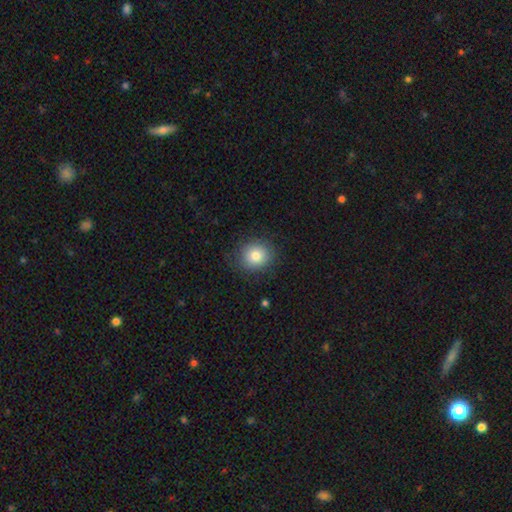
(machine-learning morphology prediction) The model was most divided on "how rounded": round: 85%, in between: 14%, cigar-shaped: 1%. More confident: merging — none (85%); smooth or featured — smooth (81%).